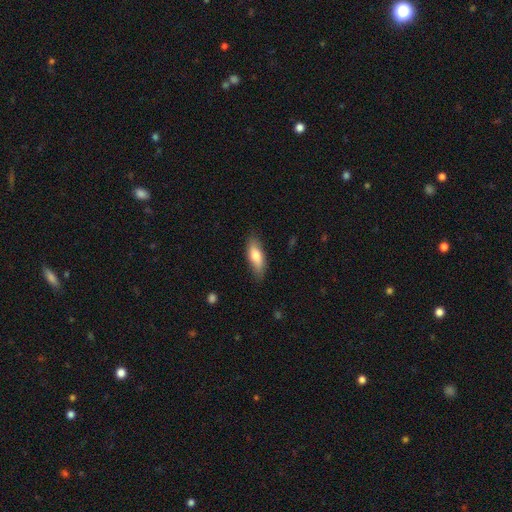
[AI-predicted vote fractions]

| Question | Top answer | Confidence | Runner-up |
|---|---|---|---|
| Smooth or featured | smooth | 73% | featured or disk (21%) |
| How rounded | in between | 66% | cigar-shaped (31%) |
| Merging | none | 81% | minor disturbance (15%) |